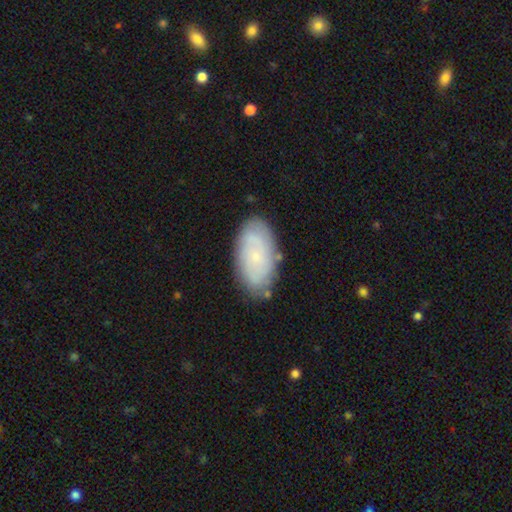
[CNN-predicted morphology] A smooth galaxy with no disk features (47%). Merging: none (79%).